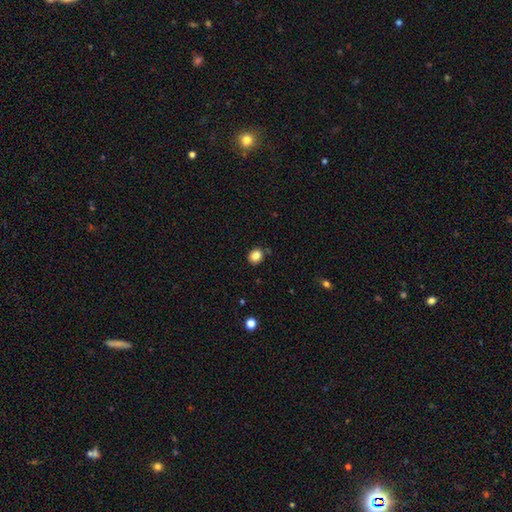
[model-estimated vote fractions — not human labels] A smooth galaxy with no disk features (85%) that is round (50%). Merging: none (82%).